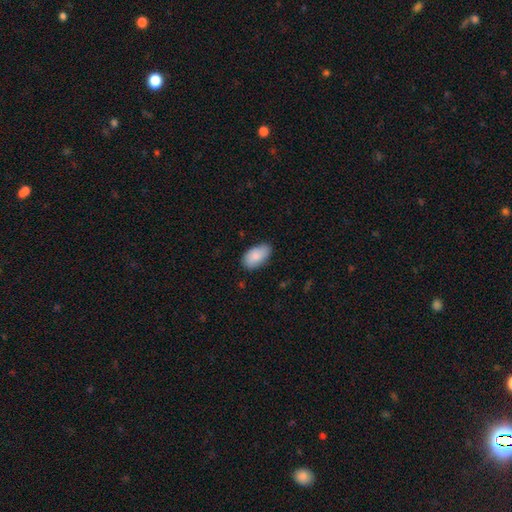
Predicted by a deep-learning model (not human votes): Morphology: type=smooth (87%); roundness=in between (95%); merging=none (78%).